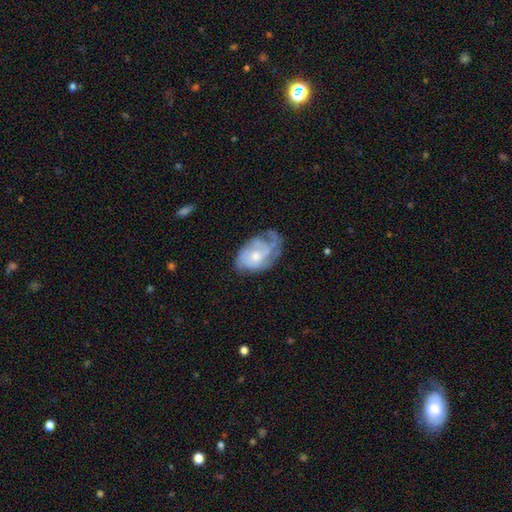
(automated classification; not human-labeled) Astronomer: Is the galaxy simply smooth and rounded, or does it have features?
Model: featured or disk — 70%.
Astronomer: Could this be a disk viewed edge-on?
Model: no — 97%.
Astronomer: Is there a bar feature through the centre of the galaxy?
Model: no — 76%.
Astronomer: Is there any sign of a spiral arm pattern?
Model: yes — 85%.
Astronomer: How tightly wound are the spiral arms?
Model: tight — 47% (runner-up: medium, 36%).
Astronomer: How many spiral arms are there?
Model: can't tell — 39% (runner-up: 2, 21%).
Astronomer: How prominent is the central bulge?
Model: moderate — 53% (runner-up: small, 38%).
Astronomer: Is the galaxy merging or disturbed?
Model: none — 45% (runner-up: minor disturbance, 30%).